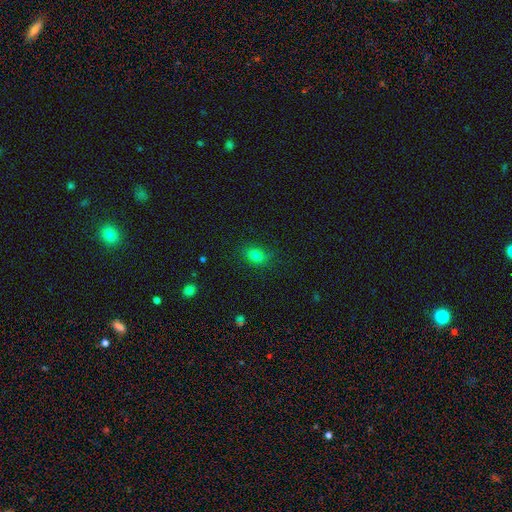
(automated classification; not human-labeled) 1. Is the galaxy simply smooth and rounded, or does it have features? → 79% smooth, 14% star or artifact, 7% featured or disk.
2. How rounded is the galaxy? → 63% in between, 35% round, 2% cigar-shaped.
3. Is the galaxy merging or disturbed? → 82% none, 13% minor disturbance, 4% major disturbance, 1% merger.